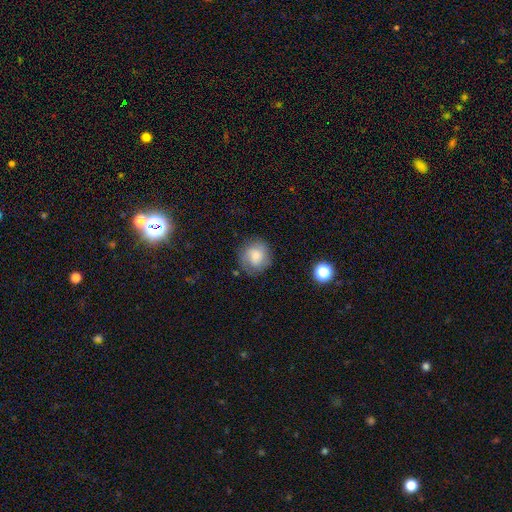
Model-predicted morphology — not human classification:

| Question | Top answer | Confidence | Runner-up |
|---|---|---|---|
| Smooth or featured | smooth | 69% | featured or disk (21%) |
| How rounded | round | 87% | in between (12%) |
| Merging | none | 76% | minor disturbance (17%) |